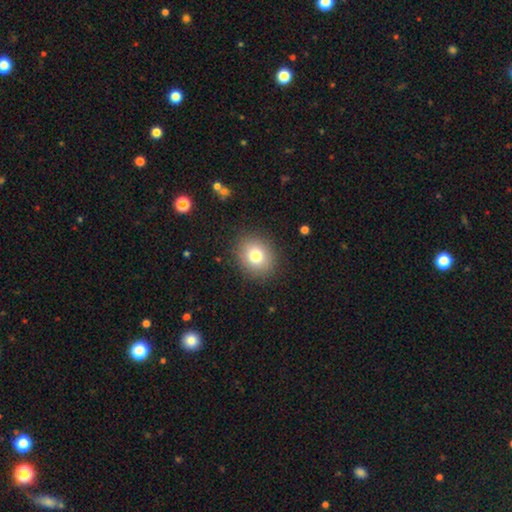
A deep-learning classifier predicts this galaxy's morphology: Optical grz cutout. It shows a smooth galaxy with no disk features (77%) that is round (68%). Merging: none (87%).